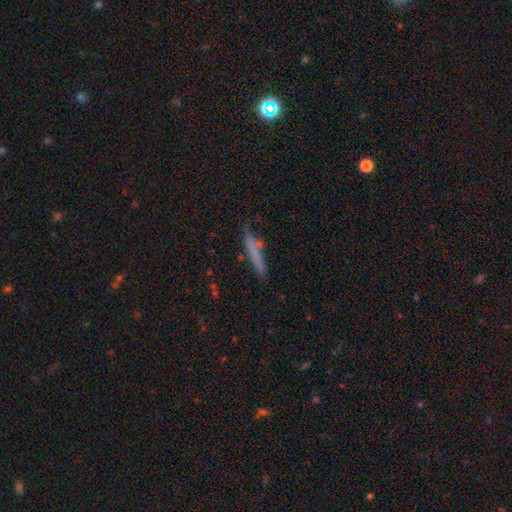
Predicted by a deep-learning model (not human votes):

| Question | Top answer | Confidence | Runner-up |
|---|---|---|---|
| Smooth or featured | smooth | 68% | featured or disk (24%) |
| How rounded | cigar-shaped | 90% | in between (8%) |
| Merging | none | 67% | minor disturbance (21%) |